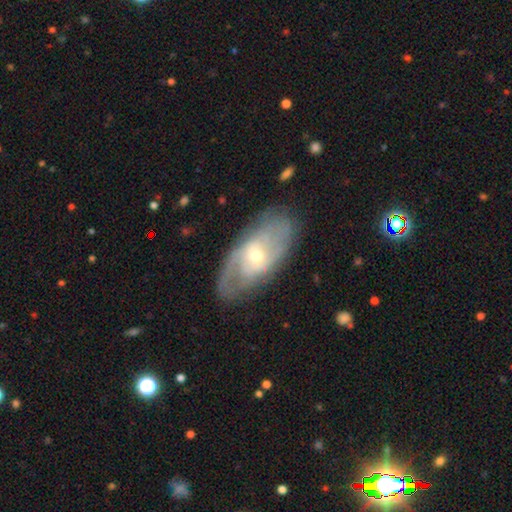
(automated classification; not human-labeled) featured or disk 77%, smooth 18%, star or artifact 6%. Down the decision tree: edge-on disk — no (91%); bar — no (62%); spiral arms — yes (87%); spiral arm count — 2 (45%); spiral winding — tight (47%); bulge size — small (50%); merging — none (78%).